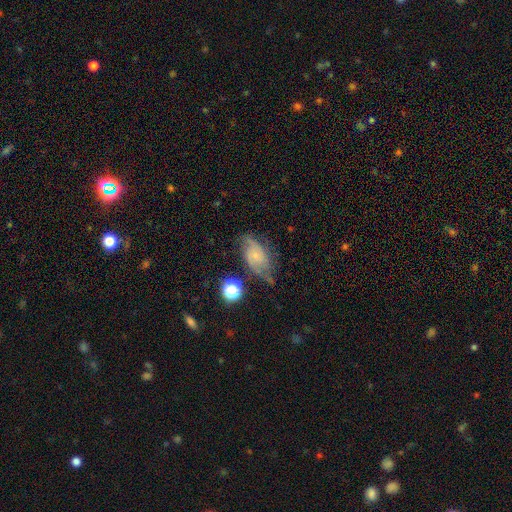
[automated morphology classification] type=featured or disk (58%); edge-on=no (93%); bar=no (72%); spiral arms=yes (85%); bulge=small (68%); merging=none (49%).